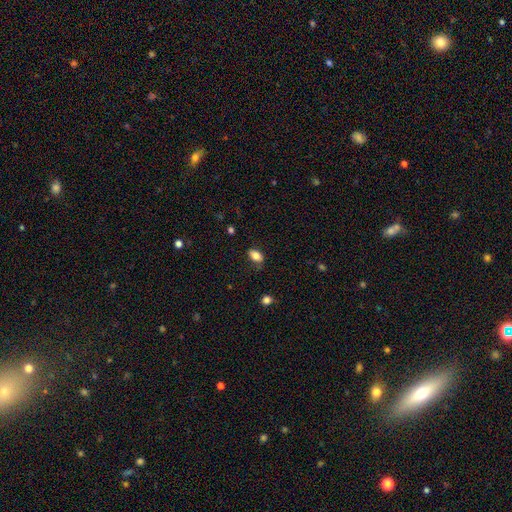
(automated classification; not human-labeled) Smooth or featured? Predicted: smooth (p=0.85). How rounded? Predicted: in between (p=0.90). Merging? Predicted: none (p=0.79).